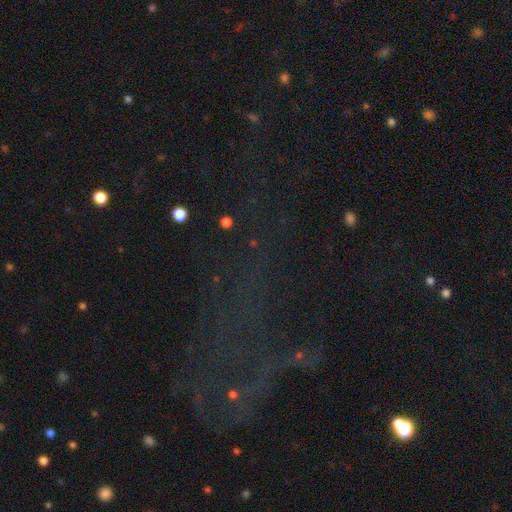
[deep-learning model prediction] Overall: star or artifact (66%).